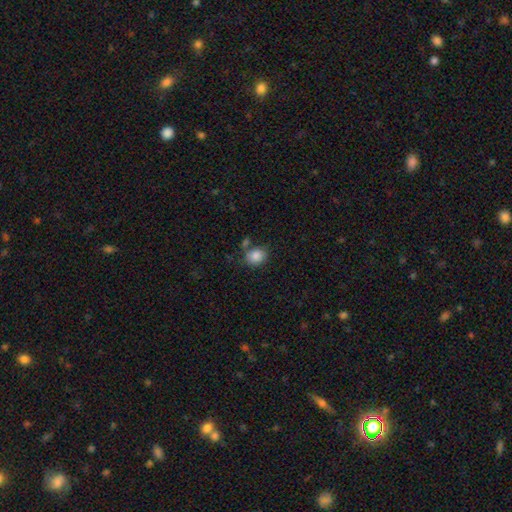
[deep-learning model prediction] This is clearly a smooth galaxy (86%). How rounded: possibly round (55%). Merging: likely none (67%).